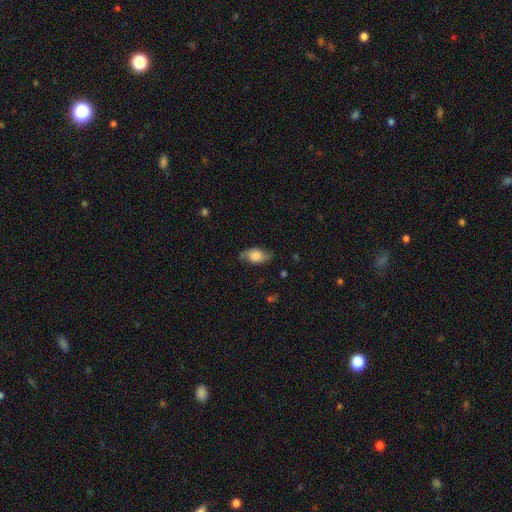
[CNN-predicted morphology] Smooth or featured?
  - smooth: 67% *
  - featured or disk: 25%
  - star or artifact: 7%
How rounded?
  - in between: 88% *
  - round: 6%
  - cigar-shaped: 5%
Merging?
  - none: 74% *
  - minor disturbance: 19%
  - major disturbance: 6%
  - merger: 1%